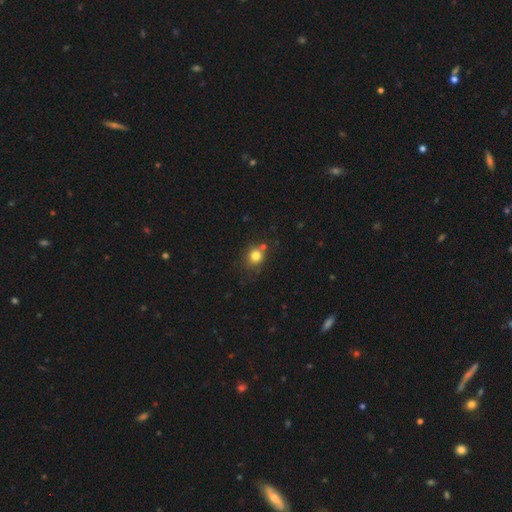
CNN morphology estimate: Smooth or featured?
  - smooth: 80% *
  - star or artifact: 13%
  - featured or disk: 7%
How rounded?
  - round: 83% *
  - in between: 16%
  - cigar-shaped: 1%
Merging?
  - none: 70% *
  - minor disturbance: 13%
  - merger: 13%
  - major disturbance: 4%